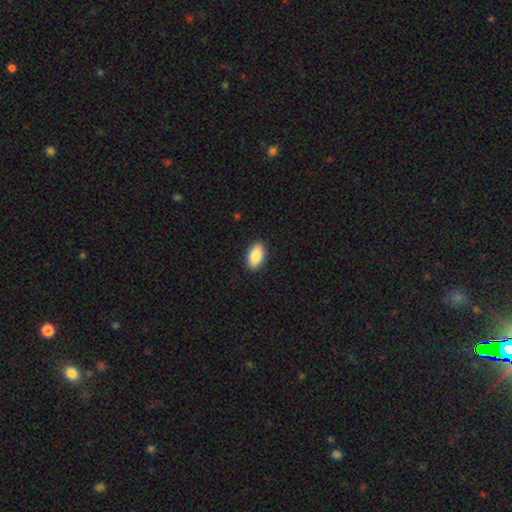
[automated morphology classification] Smooth or featured: smooth — 88% (star or artifact — 6%)
How rounded: in between — 93% (round — 4%)
Merging: none — 90% (minor disturbance — 7%)